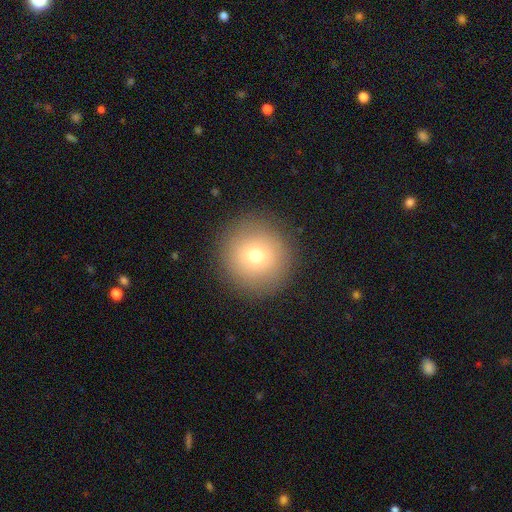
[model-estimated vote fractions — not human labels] This is likely a smooth galaxy (72%). How rounded: clearly round (95%). Merging: clearly none (89%).